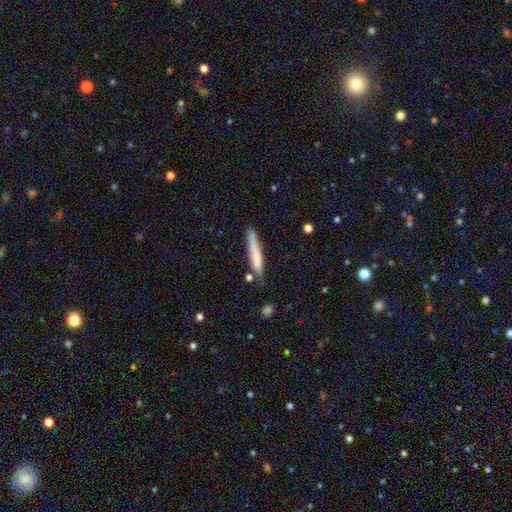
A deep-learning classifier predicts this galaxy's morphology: smooth 73%, featured or disk 21%, star or artifact 6%. Down the decision tree: how rounded — cigar-shaped (93%); merging — none (72%).